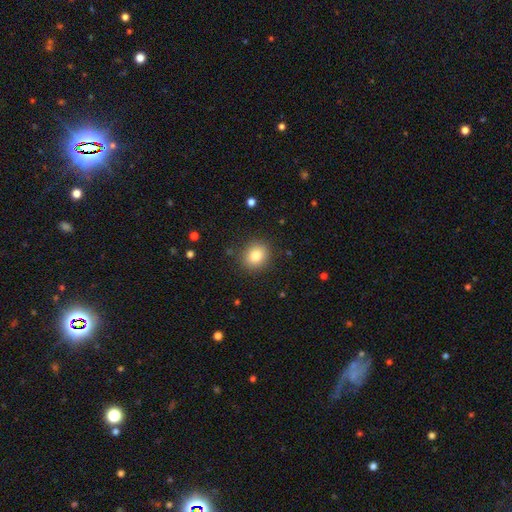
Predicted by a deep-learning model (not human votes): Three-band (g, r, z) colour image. It shows a smooth galaxy with no disk features (82%) that is round (76%). Merging: none (88%).